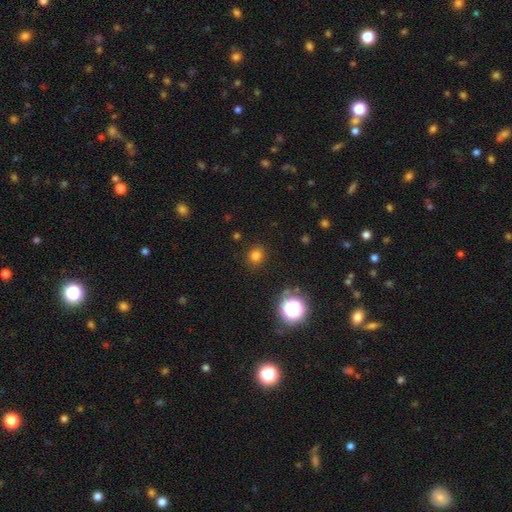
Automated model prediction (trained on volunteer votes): Smooth or featured: smooth — 77% (star or artifact — 18%)
How rounded: round — 81% (in between — 18%)
Merging: none — 88% (minor disturbance — 7%)